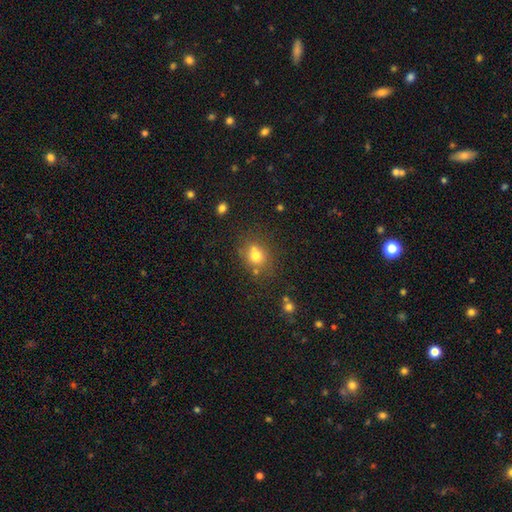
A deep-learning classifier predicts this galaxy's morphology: Smooth or featured? smooth (72%)
How rounded? round (68%)
Merging? none (59%)